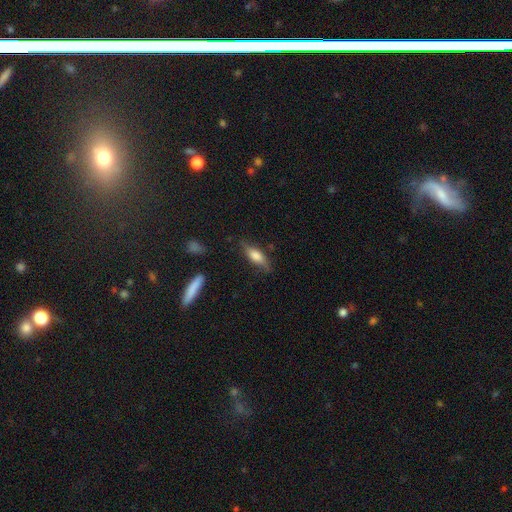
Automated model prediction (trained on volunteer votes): Smooth or featured? smooth (66%)
How rounded? in between (57%)
Merging? none (73%)